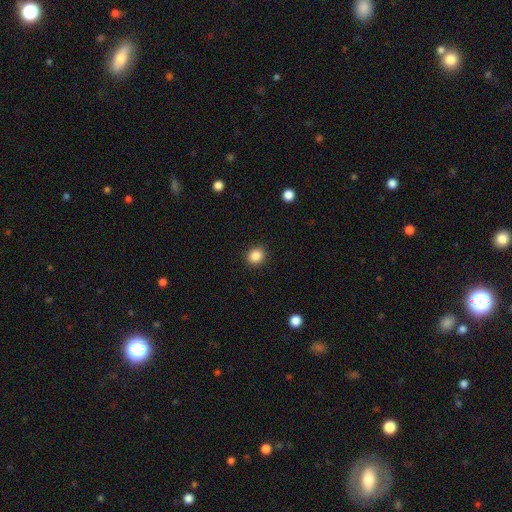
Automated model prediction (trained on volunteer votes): smooth 87%, star or artifact 10%, featured or disk 4%. Down the decision tree: how rounded — round (83%); merging — none (91%).